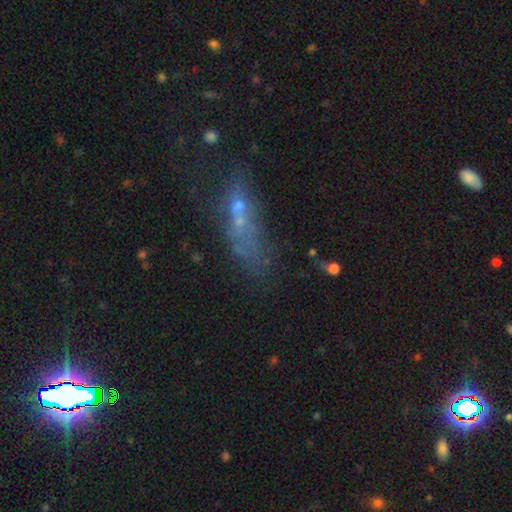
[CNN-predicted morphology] Smooth or featured?
  - smooth: 36% *
  - star or artifact: 35%
  - featured or disk: 30%
Merging?
  - none: 39% *
  - major disturbance: 24%
  - minor disturbance: 19%
  - merger: 18%